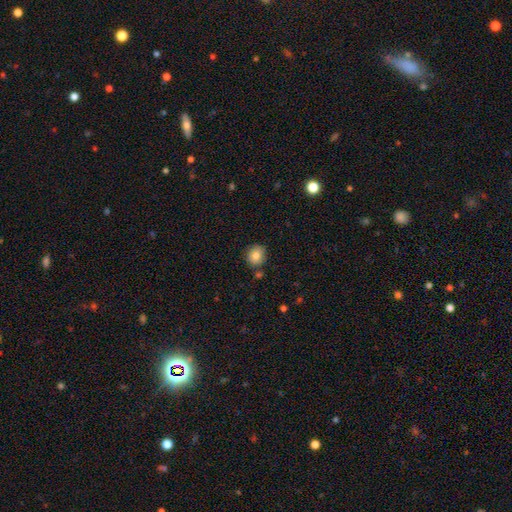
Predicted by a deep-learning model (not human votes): Smooth or featured?
  - smooth: 82% *
  - star or artifact: 10%
  - featured or disk: 8%
How rounded?
  - round: 79% *
  - in between: 20%
  - cigar-shaped: 1%
Merging?
  - none: 80% *
  - minor disturbance: 12%
  - merger: 5%
  - major disturbance: 2%